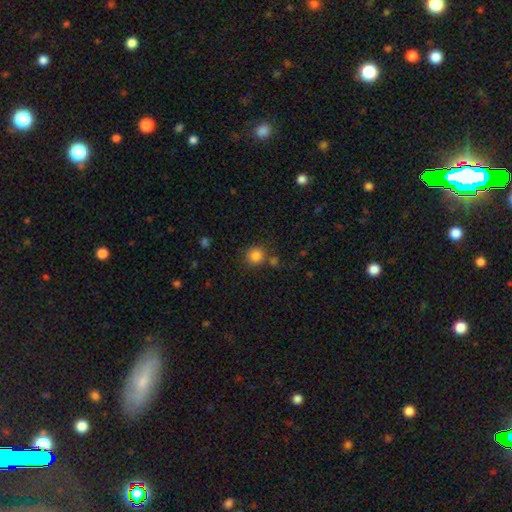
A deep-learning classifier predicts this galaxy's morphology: A smooth galaxy with no disk features (83%) that is round (89%).

Vote fractions:
- Smooth or featured? smooth: 83% / star or artifact: 12% / featured or disk: 5%
- How rounded? round: 89% / in between: 10% / cigar-shaped: 1%
- Merging? none: 78% / merger: 10% / minor disturbance: 9% / major disturbance: 3%